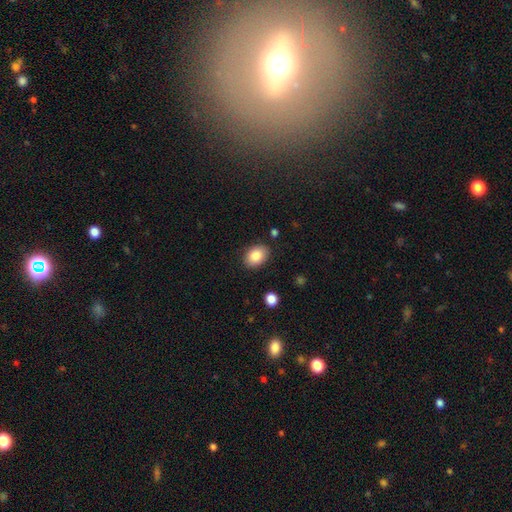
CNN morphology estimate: Overall: smooth (85%). How rounded: in between (79%). Merging: none (85%).